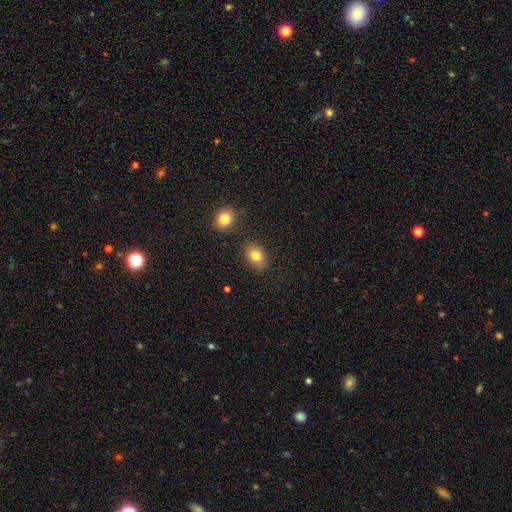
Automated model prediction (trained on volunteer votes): Smooth or featured: smooth — 82% (star or artifact — 9%)
How rounded: in between — 73% (round — 26%)
Merging: none — 82% (minor disturbance — 11%)